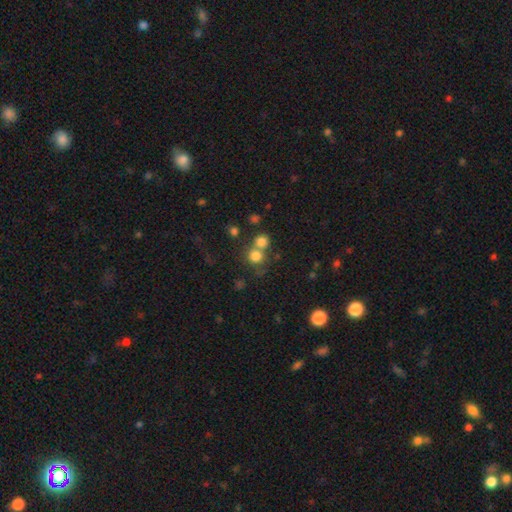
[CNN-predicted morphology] Q: Smooth or featured?
A: smooth (76%); runner-up: star or artifact (16%)
Q: How rounded?
A: round (90%); runner-up: in between (9%)
Q: Merging?
A: none (56%); runner-up: merger (34%)